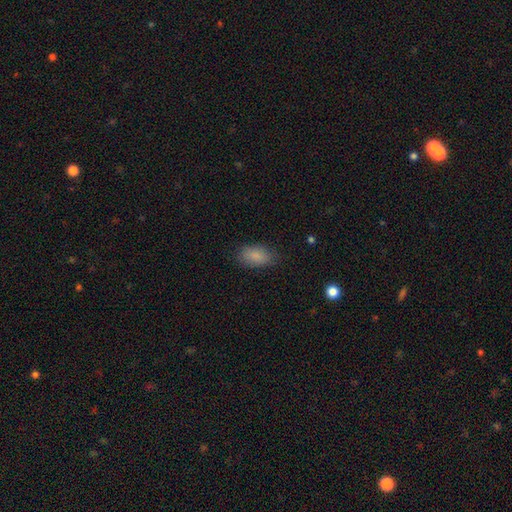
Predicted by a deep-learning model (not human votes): smooth-or-featured: smooth: 86% | star or artifact: 8% | featured or disk: 6%
  how-rounded: in between: 91% | round: 7% | cigar-shaped: 2%
  merging: none: 78% | minor disturbance: 16% | major disturbance: 4% | merger: 1%